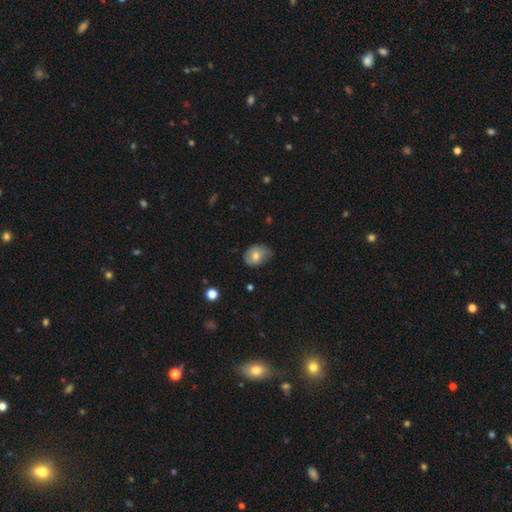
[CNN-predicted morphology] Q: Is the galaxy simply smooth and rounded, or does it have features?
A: smooth — 71%.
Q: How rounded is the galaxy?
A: in between — 68%.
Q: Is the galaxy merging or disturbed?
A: none — 55%.